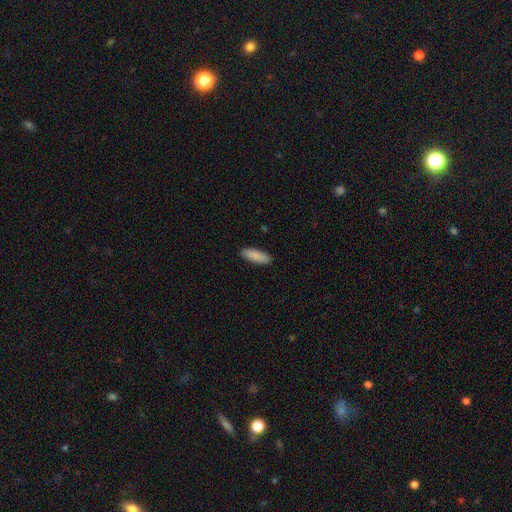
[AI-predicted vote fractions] smooth 89%, star or artifact 6%, featured or disk 5%. Down the decision tree: how rounded — in between (58%); merging — none (90%).